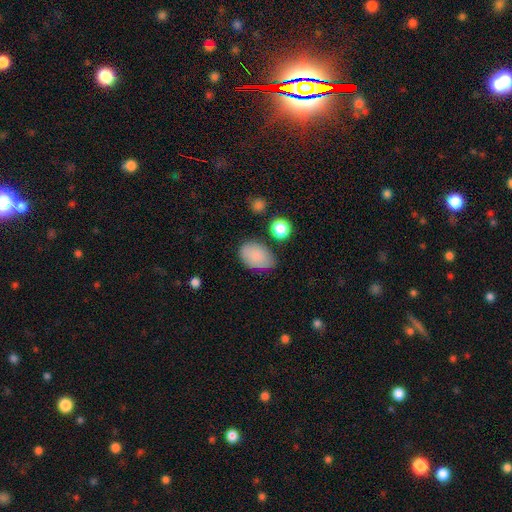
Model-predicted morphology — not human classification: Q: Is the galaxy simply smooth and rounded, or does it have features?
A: smooth — 80%.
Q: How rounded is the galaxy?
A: in between — 87%.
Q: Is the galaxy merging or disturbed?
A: none — 62%.